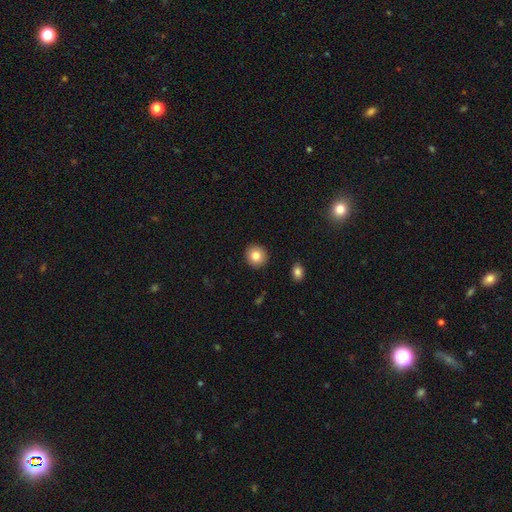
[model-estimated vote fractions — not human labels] Smooth or featured: smooth — 83% (star or artifact — 9%)
How rounded: round — 90% (in between — 9%)
Merging: none — 92% (minor disturbance — 5%)